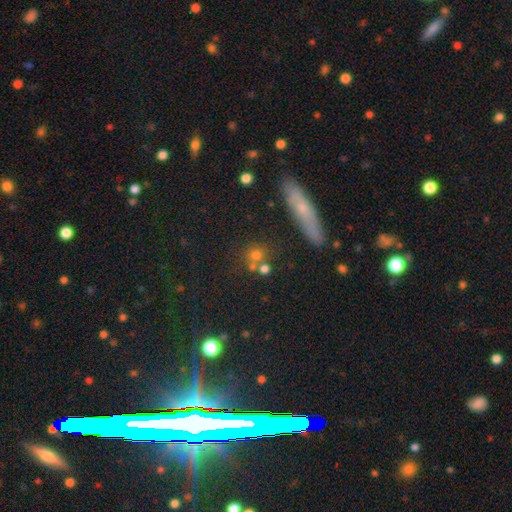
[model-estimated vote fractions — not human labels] smooth_or_featured: smooth (p=0.62) [alt: star or artifact p=0.22]
how_rounded: round (p=0.76) [alt: in between p=0.14]
merging: none (p=0.68) [alt: merger p=0.19]